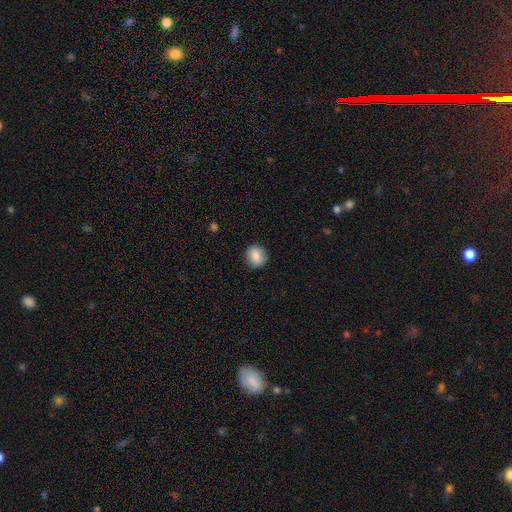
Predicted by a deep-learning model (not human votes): smooth 87%, star or artifact 8%, featured or disk 5%. Down the decision tree: how rounded — round (80%); merging — none (89%).